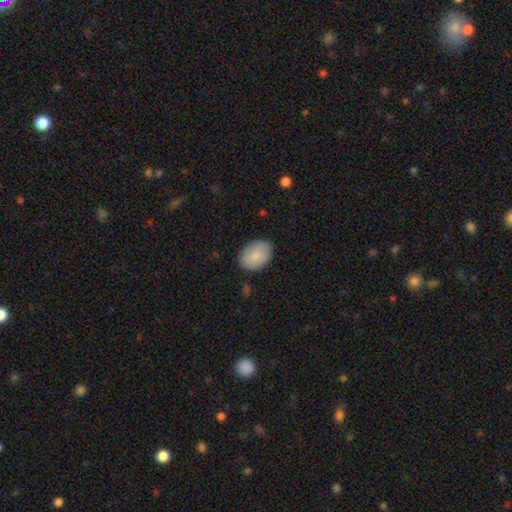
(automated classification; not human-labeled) smooth 85%, featured or disk 9%, star or artifact 6%. Down the decision tree: how rounded — in between (78%); merging — none (85%).